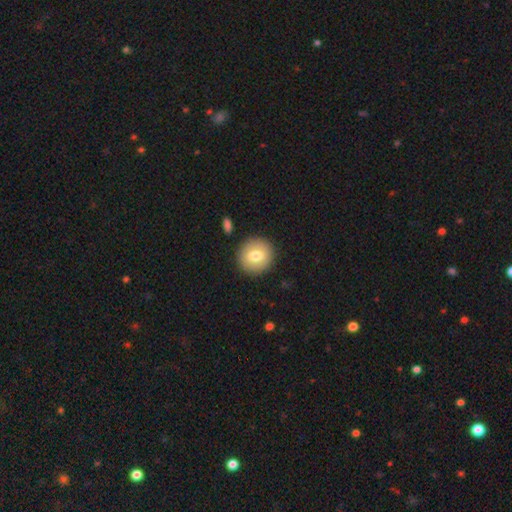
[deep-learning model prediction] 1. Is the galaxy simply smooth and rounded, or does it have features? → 74% smooth, 19% featured or disk, 8% star or artifact.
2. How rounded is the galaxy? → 89% round, 10% in between, 1% cigar-shaped.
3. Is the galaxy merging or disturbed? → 89% none, 7% minor disturbance, 2% major disturbance, 2% merger.